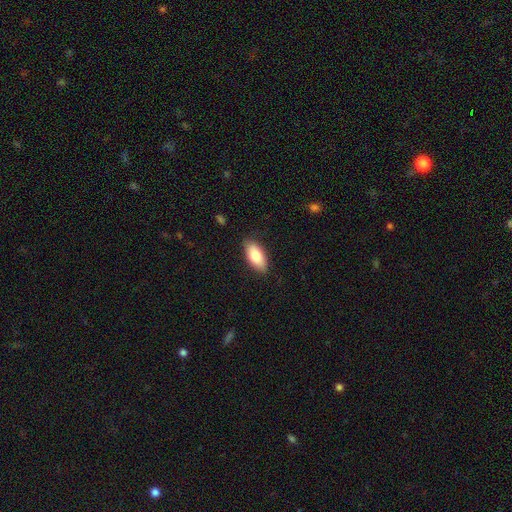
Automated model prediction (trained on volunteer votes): A smooth galaxy with no disk features (83%) that is in between round and cigar-shaped (89%). Merging: none (86%).